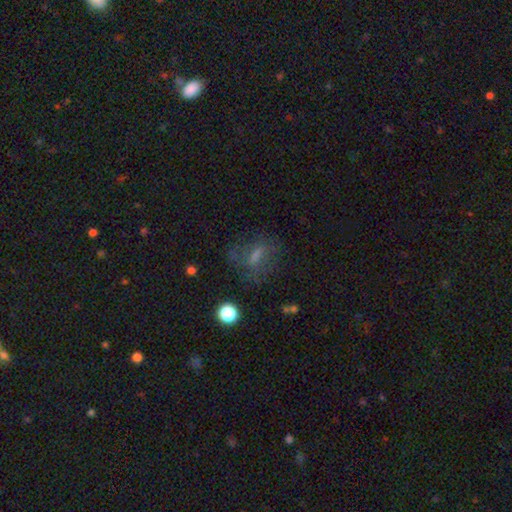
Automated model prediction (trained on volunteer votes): Smooth or featured? smooth (49%)
Merging? none (62%)